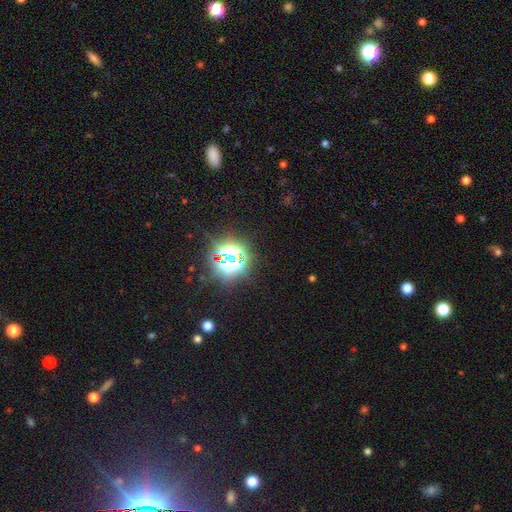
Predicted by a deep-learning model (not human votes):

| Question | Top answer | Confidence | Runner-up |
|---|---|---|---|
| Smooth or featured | star or artifact | 80% | smooth (13%) |